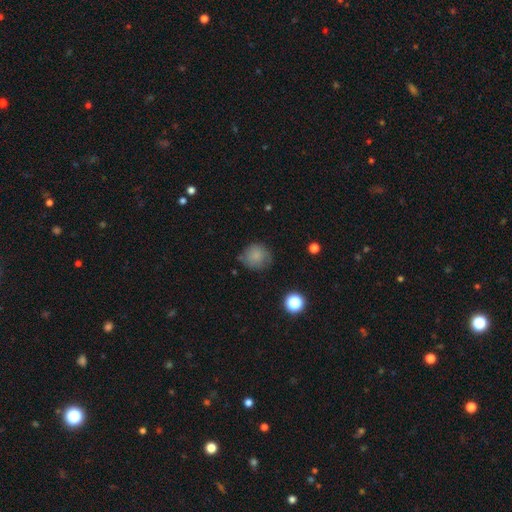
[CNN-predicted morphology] Smooth or featured: smooth — 82% (star or artifact — 11%)
How rounded: round — 87% (in between — 12%)
Merging: none — 70% (minor disturbance — 22%)